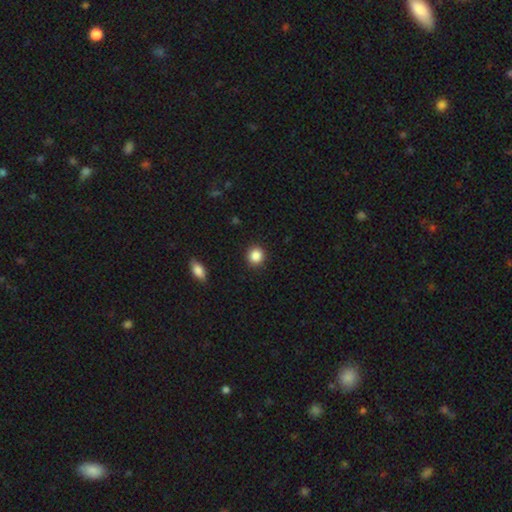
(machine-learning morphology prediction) Smooth or featured: smooth — 87% (star or artifact — 10%)
How rounded: round — 89% (in between — 10%)
Merging: none — 91% (minor disturbance — 6%)